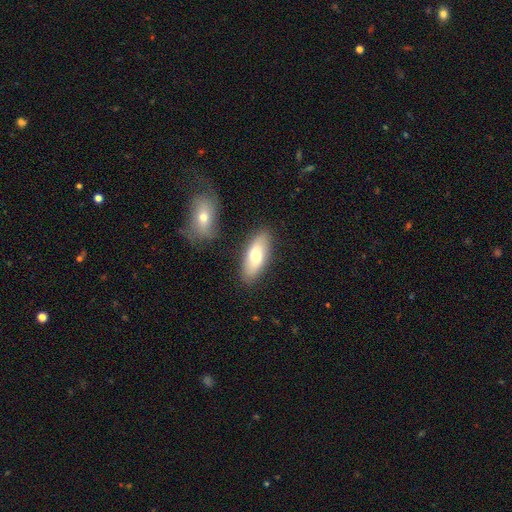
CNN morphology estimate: A smooth galaxy with no disk features (67%) that is in between round and cigar-shaped (82%).

Vote fractions:
- Smooth or featured? smooth: 67% / featured or disk: 27% / star or artifact: 6%
- How rounded? in between: 82% / cigar-shaped: 15% / round: 3%
- Merging? none: 84% / minor disturbance: 10% / merger: 4% / major disturbance: 2%